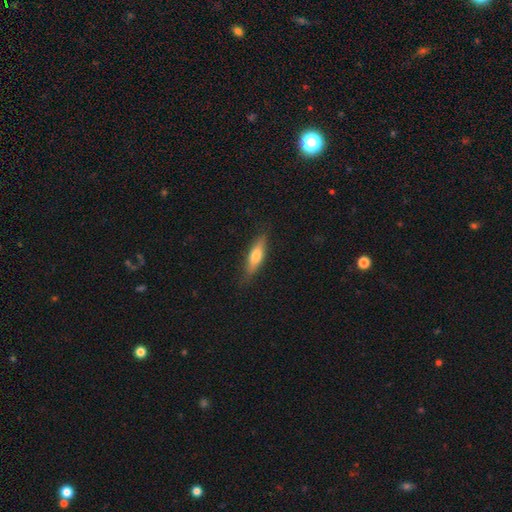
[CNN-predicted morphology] smooth-or-featured: smooth: 65% | featured or disk: 29% | star or artifact: 6%
  how-rounded: cigar-shaped: 57% | in between: 41% | round: 2%
  merging: none: 82% | minor disturbance: 14% | major disturbance: 3% | merger: 1%